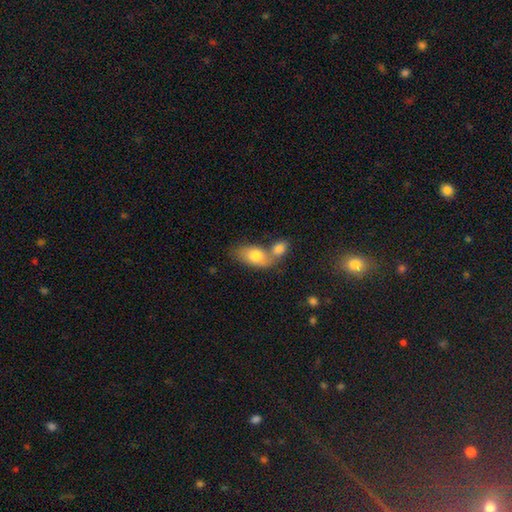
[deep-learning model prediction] Smooth or featured?
  - smooth: 78% *
  - featured or disk: 16%
  - star or artifact: 6%
How rounded?
  - in between: 88% *
  - round: 9%
  - cigar-shaped: 3%
Merging?
  - merger: 55% *
  - none: 31%
  - minor disturbance: 10%
  - major disturbance: 4%